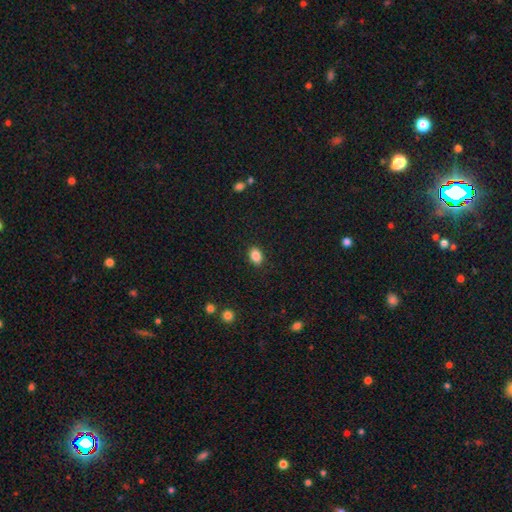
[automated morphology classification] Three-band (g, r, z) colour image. It shows a smooth galaxy with no disk features (87%) that is in between round and cigar-shaped (79%). Merging: none (89%).